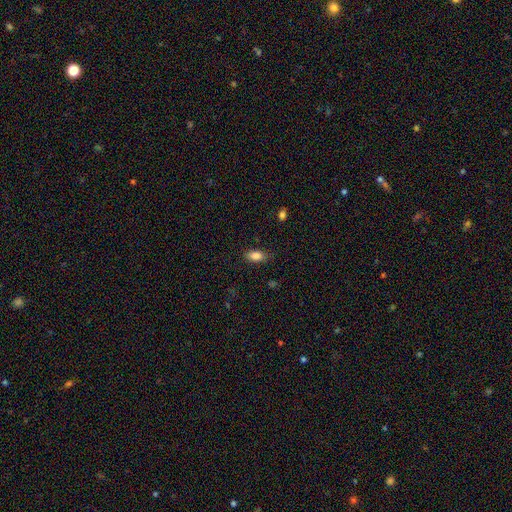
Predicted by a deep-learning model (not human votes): Smooth or featured: smooth — 86% (star or artifact — 8%)
How rounded: in between — 89% (cigar-shaped — 6%)
Merging: none — 80% (minor disturbance — 16%)